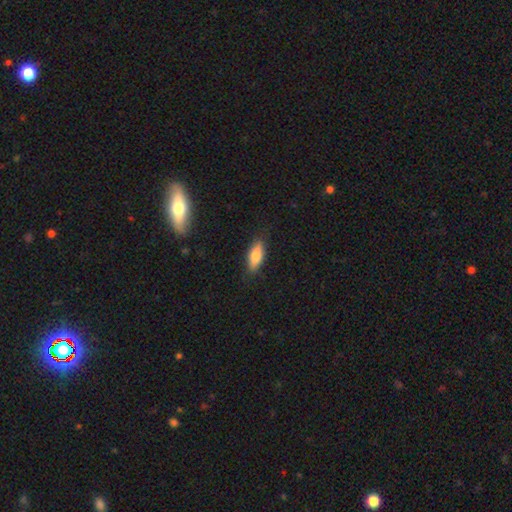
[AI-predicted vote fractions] smooth 76%, featured or disk 17%, star or artifact 7%. Down the decision tree: how rounded — in between (69%); merging — none (86%).